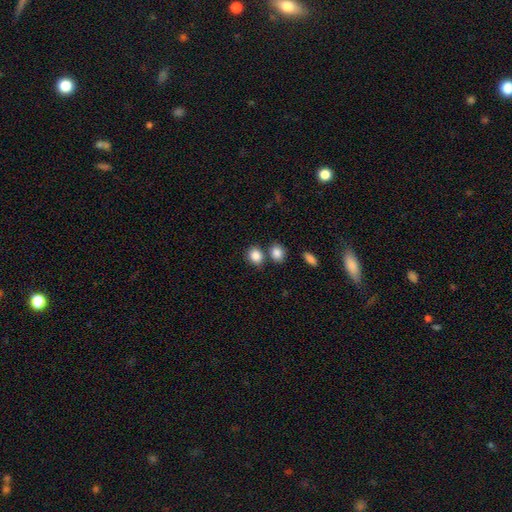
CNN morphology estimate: This appears to be a smooth galaxy with no disk features (86%) that is round (65%). Merging: none (67%).